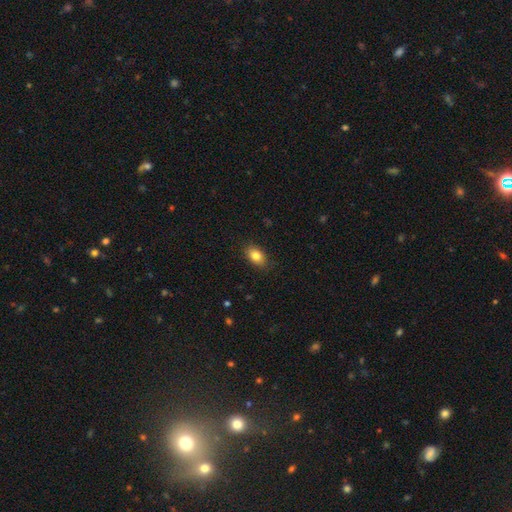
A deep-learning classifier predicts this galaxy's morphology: Overall: smooth (83%). How rounded: in between (84%). Merging: none (85%).